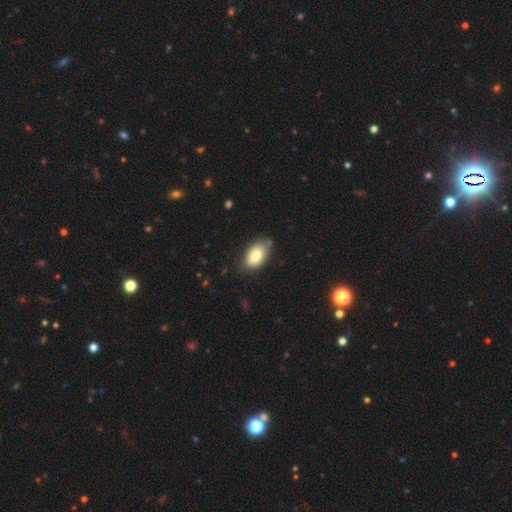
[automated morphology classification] A smooth galaxy with no disk features (82%) that is in between round and cigar-shaped (93%).

Vote fractions:
- Smooth or featured? smooth: 82% / featured or disk: 11% / star or artifact: 7%
- How rounded? in between: 93% / round: 6% / cigar-shaped: 2%
- Merging? none: 75% / minor disturbance: 19% / major disturbance: 4% / merger: 3%